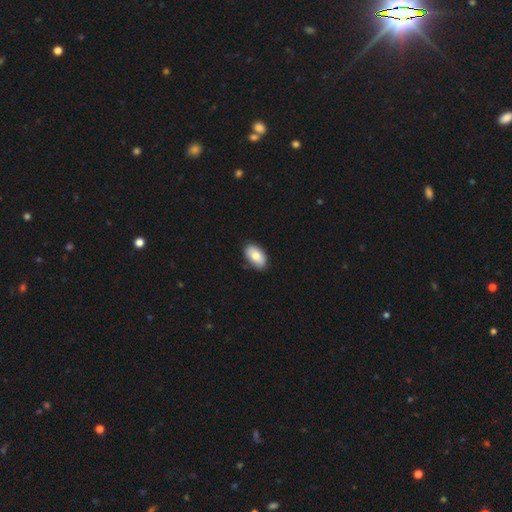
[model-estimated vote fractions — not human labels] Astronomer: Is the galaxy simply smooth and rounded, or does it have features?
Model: smooth — 79%.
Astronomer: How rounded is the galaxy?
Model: in between — 93%.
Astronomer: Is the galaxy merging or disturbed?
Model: none — 85%.